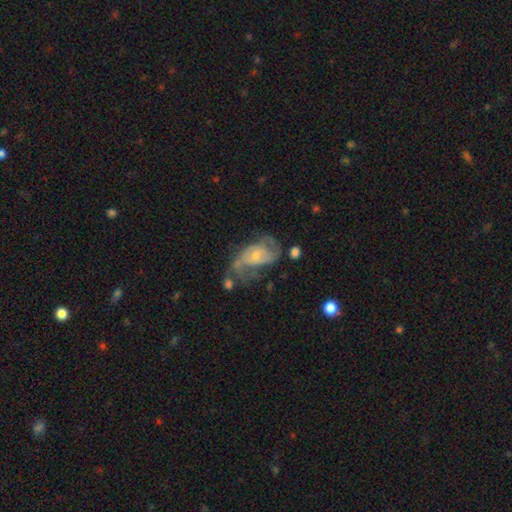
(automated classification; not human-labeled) Q: Smooth or featured?
A: featured or disk (76%); runner-up: smooth (17%)
Q: Edge-on disk?
A: no (97%); runner-up: yes (3%)
Q: Bar?
A: no (65%); runner-up: weak (29%)
Q: Spiral arms?
A: yes (87%); runner-up: no (13%)
Q: Spiral winding?
A: medium (43%); runner-up: loose (34%)
Q: Spiral arm count?
A: 2 (70%); runner-up: can't tell (15%)
Q: Bulge size?
A: small (64%); runner-up: moderate (29%)
Q: Merging?
A: none (40%); runner-up: major disturbance (28%)